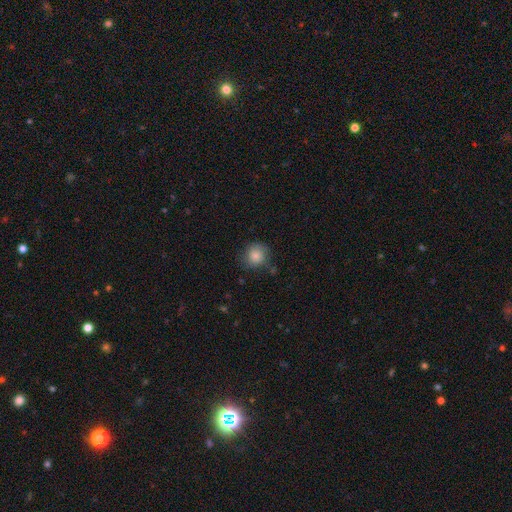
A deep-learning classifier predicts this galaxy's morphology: A smooth galaxy with no disk features (81%) that is round (87%).

Vote fractions:
- Smooth or featured? smooth: 81% / featured or disk: 10% / star or artifact: 8%
- How rounded? round: 87% / in between: 12% / cigar-shaped: 1%
- Merging? none: 71% / minor disturbance: 20% / major disturbance: 6% / merger: 2%